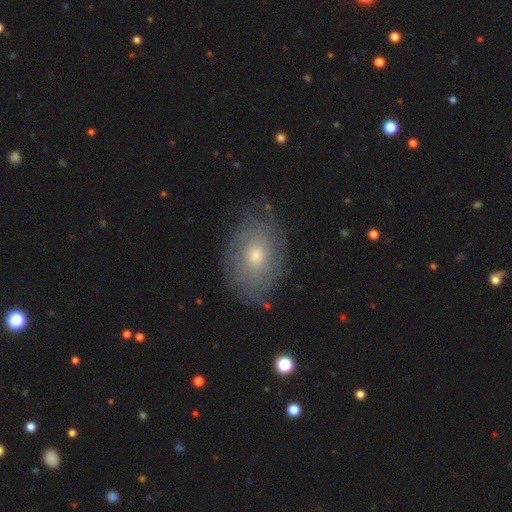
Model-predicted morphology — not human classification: Smooth or featured? Predicted: featured or disk (p=0.60). Edge-on disk? Predicted: no (p=0.95). Bar? Predicted: no (p=0.80). Spiral arms? Predicted: yes (p=0.77). Bulge size? Predicted: moderate (p=0.50). Merging? Predicted: none (p=0.74).